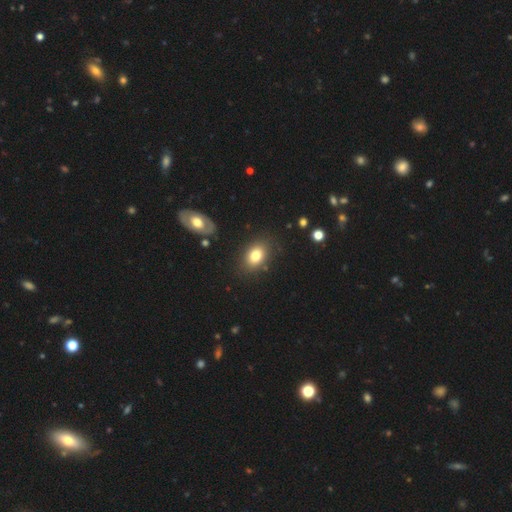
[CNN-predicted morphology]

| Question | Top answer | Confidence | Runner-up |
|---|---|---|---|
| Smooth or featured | smooth | 79% | featured or disk (12%) |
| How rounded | in between | 79% | round (19%) |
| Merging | none | 82% | minor disturbance (11%) |